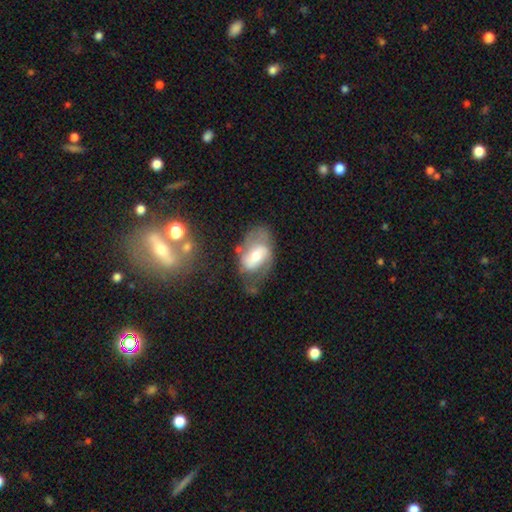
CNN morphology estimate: Smooth or featured?
  - featured or disk: 60% *
  - smooth: 32%
  - star or artifact: 8%
Edge-on disk?
  - no: 94% *
  - yes: 6%
Bar?
  - weak: 40% *
  - no: 35%
  - strong: 25%
Spiral arms?
  - yes: 69% *
  - no: 31%
Bulge size?
  - moderate: 62% *
  - small: 24%
  - large: 12%
  - dominant: 2%
  - none: 1%
Merging?
  - none: 45% *
  - minor disturbance: 27%
  - major disturbance: 22%
  - merger: 6%